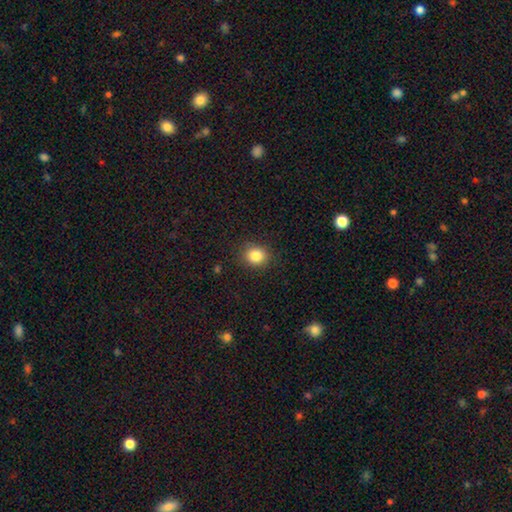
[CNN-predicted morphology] smooth 85%, star or artifact 10%, featured or disk 5%. Down the decision tree: how rounded — round (74%); merging — none (88%).